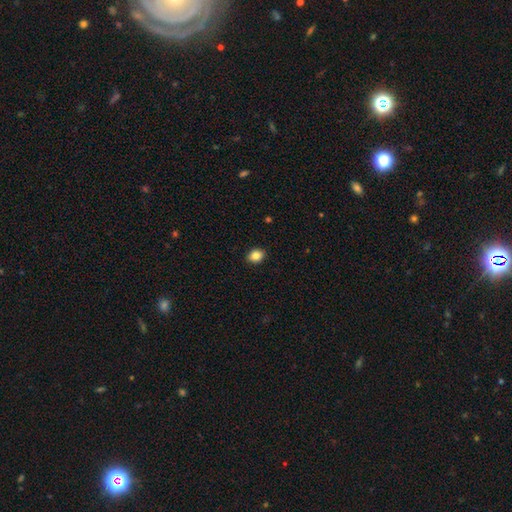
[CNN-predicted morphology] Q: Smooth or featured?
A: smooth (86%); runner-up: star or artifact (9%)
Q: How rounded?
A: round (55%); runner-up: in between (44%)
Q: Merging?
A: none (91%); runner-up: minor disturbance (7%)